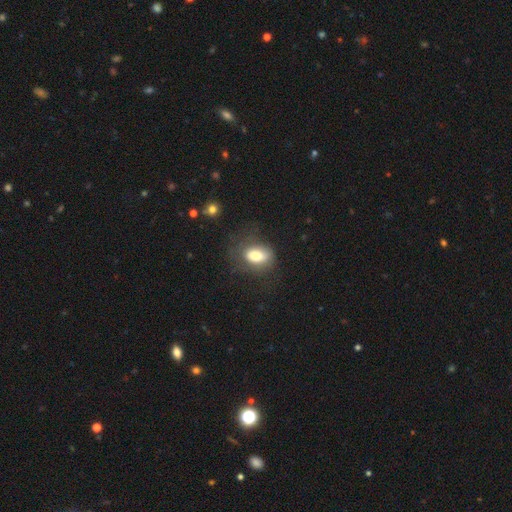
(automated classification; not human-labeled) The model was most divided on "merging": none: 56%, minor disturbance: 24%, major disturbance: 17%, merger: 2%. More confident: how rounded — in between (83%); smooth or featured — smooth (77%).